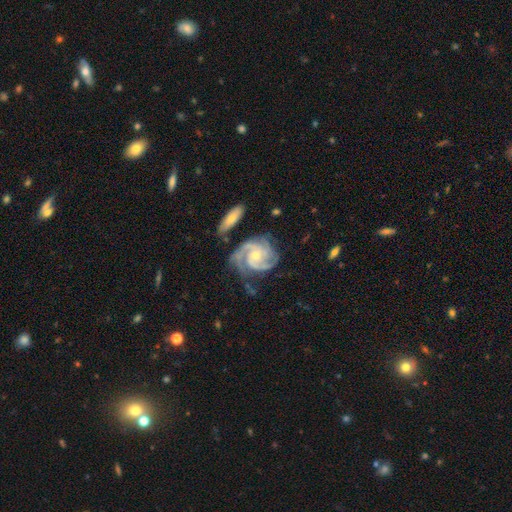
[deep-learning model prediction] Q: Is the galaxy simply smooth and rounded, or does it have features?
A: featured or disk — 92%.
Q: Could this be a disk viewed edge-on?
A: no — 98%.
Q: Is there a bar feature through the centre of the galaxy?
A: no — 67%.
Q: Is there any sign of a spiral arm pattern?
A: yes — 98%.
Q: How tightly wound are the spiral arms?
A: tight — 58%.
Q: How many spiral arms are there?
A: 3 — 47%.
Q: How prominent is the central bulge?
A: small — 63%.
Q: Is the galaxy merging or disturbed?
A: none — 61%.